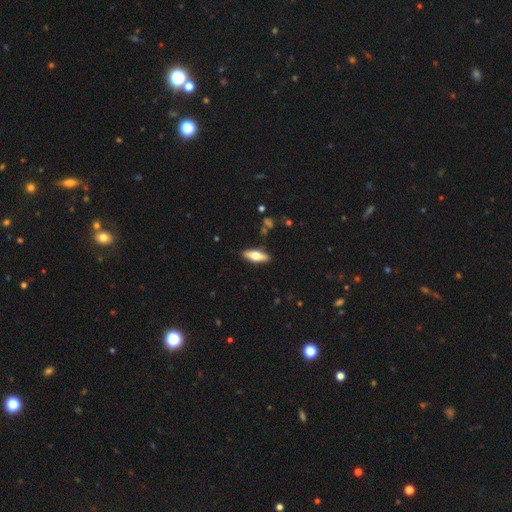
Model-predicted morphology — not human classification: A smooth galaxy with no disk features (49%). Merging: none (88%).